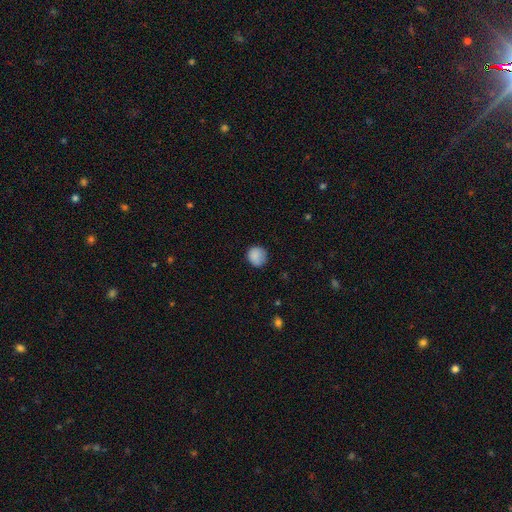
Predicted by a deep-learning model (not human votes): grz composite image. It shows a smooth galaxy with no disk features (87%) that is round (89%). Merging: none (79%).